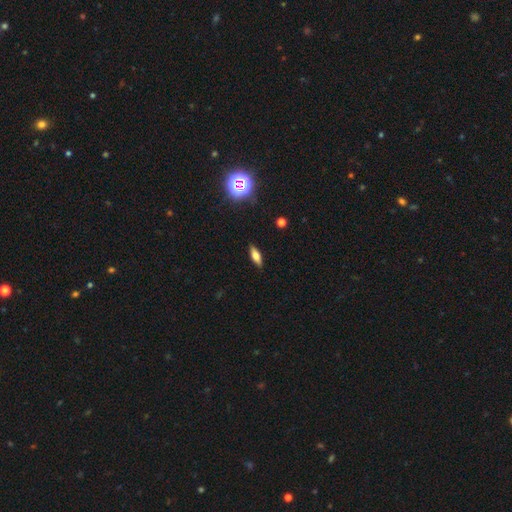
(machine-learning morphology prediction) This is likely a smooth galaxy (60%). How rounded: likely in between (62%). Merging: clearly none (88%).